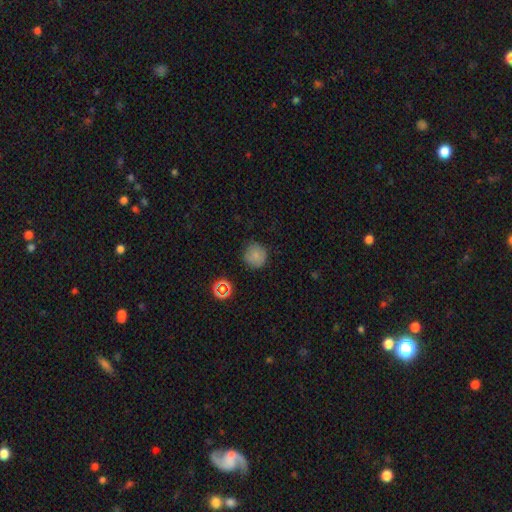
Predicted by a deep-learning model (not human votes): Overall: smooth (79%). How rounded: round (93%). Merging: none (82%).